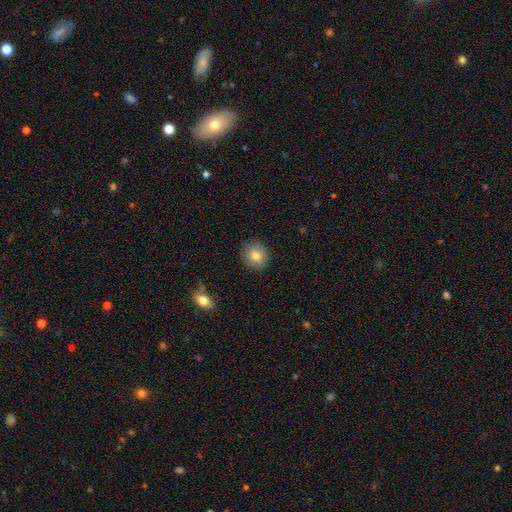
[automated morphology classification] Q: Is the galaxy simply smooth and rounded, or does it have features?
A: smooth — 80%.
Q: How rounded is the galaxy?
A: round — 82%.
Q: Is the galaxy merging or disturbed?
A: none — 89%.